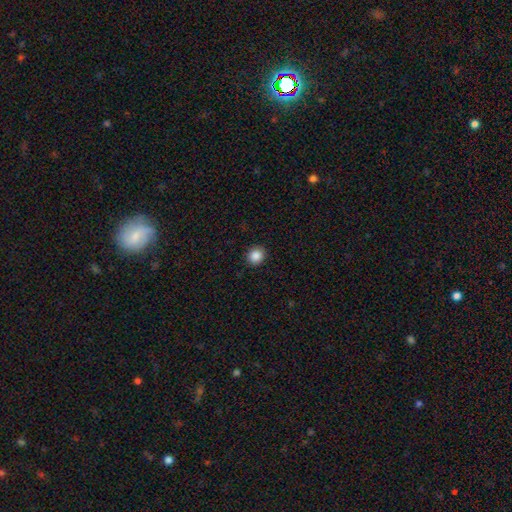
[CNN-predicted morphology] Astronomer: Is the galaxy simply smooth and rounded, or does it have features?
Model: smooth — 87%.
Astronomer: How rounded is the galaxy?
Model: round — 81%.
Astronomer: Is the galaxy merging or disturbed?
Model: none — 91%.